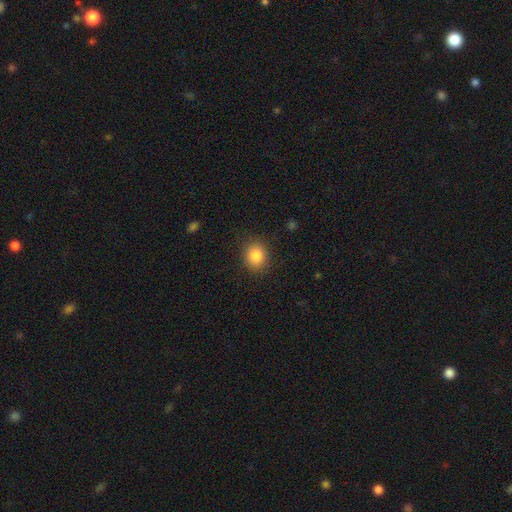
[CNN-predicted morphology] smooth 86%, star or artifact 10%, featured or disk 4%. Down the decision tree: how rounded — round (71%); merging — none (87%).